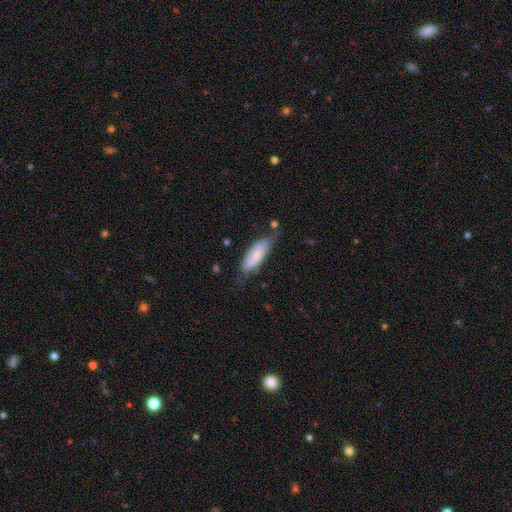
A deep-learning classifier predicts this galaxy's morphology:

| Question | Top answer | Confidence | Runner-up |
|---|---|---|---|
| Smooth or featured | smooth | 64% | featured or disk (30%) |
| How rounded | in between | 68% | cigar-shaped (30%) |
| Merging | none | 54% | minor disturbance (33%) |